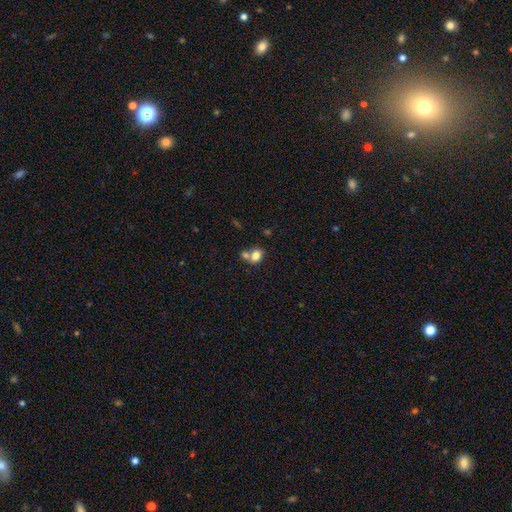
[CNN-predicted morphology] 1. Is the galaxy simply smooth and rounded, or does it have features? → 79% smooth, 11% featured or disk, 10% star or artifact.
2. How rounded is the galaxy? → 54% in between, 44% round, 1% cigar-shaped.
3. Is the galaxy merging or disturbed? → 46% merger, 40% none, 10% minor disturbance, 4% major disturbance.